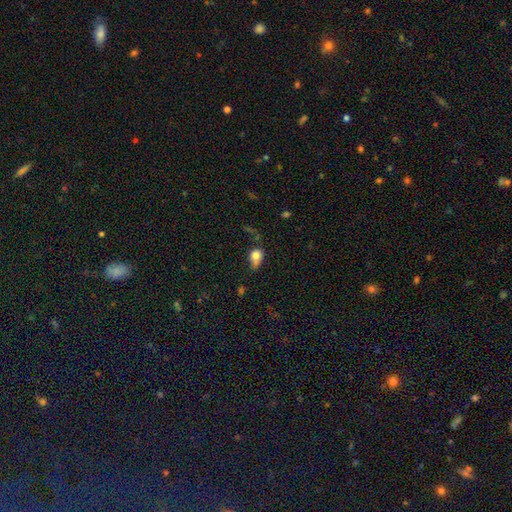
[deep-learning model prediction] smooth 78%, featured or disk 12%, star or artifact 10%. Down the decision tree: how rounded — in between (57%); merging — minor disturbance (40%).